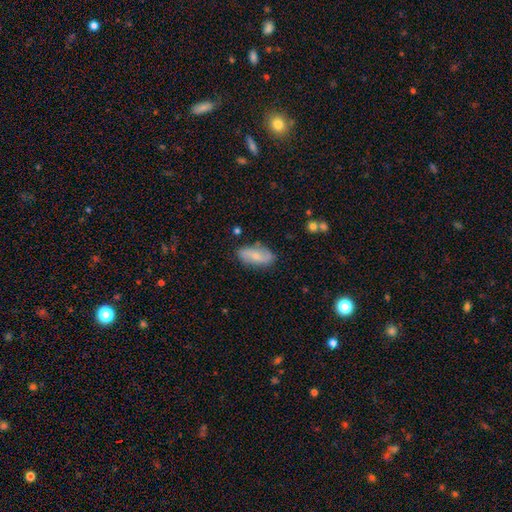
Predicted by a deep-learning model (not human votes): Q: Smooth or featured?
A: smooth (52%); runner-up: featured or disk (41%)
Q: How rounded?
A: in between (86%); runner-up: cigar-shaped (10%)
Q: Merging?
A: none (78%); runner-up: minor disturbance (16%)